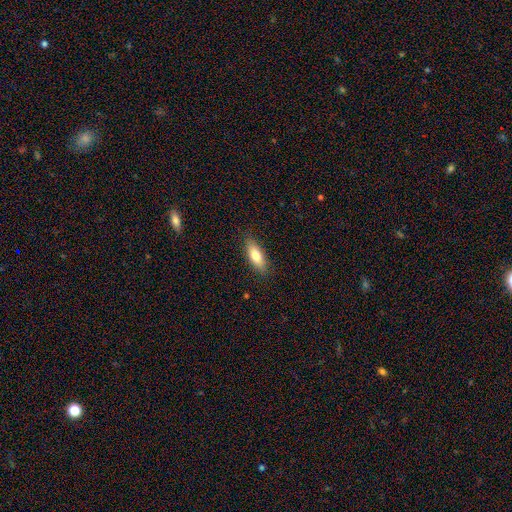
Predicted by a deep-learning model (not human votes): Morphology: type=smooth (75%); roundness=in between (67%); merging=none (86%).